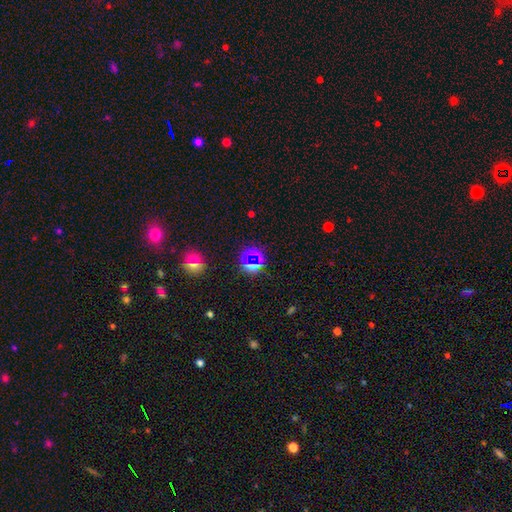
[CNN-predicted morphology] Q: Smooth or featured?
A: star or artifact (66%); runner-up: smooth (24%)